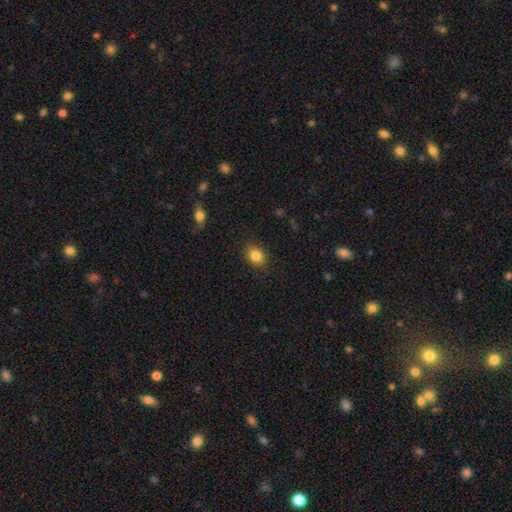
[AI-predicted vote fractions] Smooth or featured: smooth — 85% (star or artifact — 10%)
How rounded: round — 54% (in between — 45%)
Merging: none — 87% (minor disturbance — 9%)